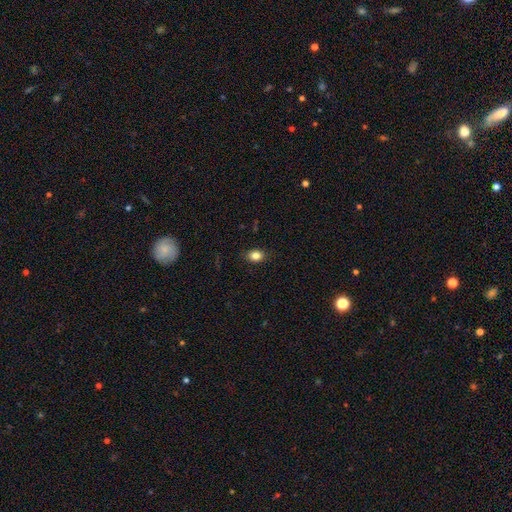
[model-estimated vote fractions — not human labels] This is clearly a smooth galaxy (84%). How rounded: likely in between (63%). Merging: clearly none (87%).